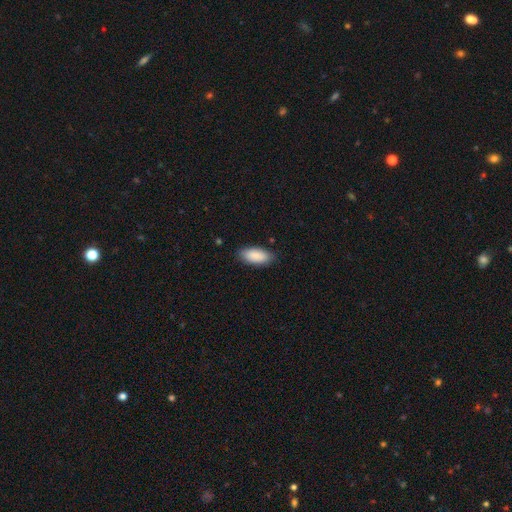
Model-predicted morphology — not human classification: smooth 90%, star or artifact 6%, featured or disk 5%. Down the decision tree: how rounded — in between (89%); merging — none (84%).